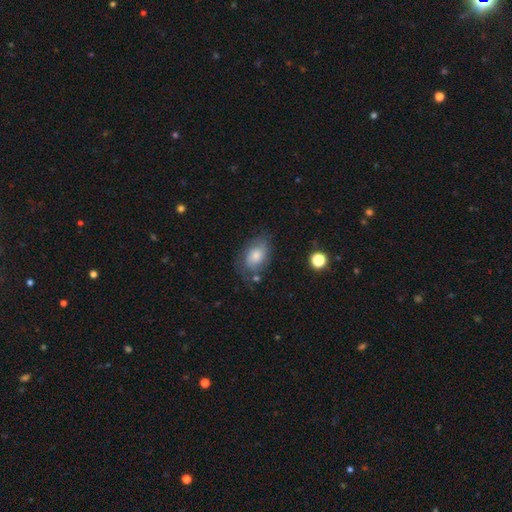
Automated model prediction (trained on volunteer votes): Smooth or featured?
  - smooth: 54% *
  - featured or disk: 37%
  - star or artifact: 9%
How rounded?
  - in between: 80% *
  - round: 18%
  - cigar-shaped: 2%
Merging?
  - none: 58% *
  - minor disturbance: 25%
  - major disturbance: 13%
  - merger: 4%